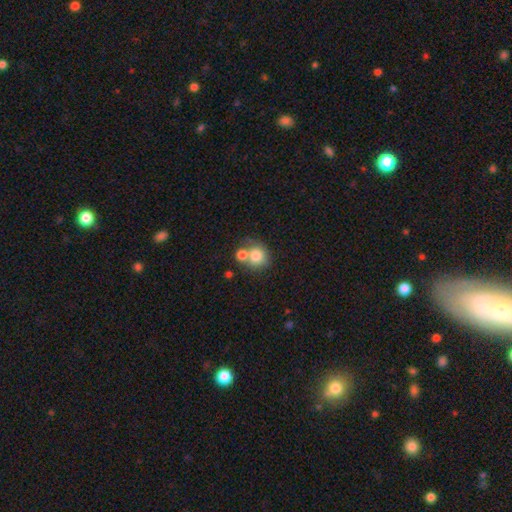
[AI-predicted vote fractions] smooth_or_featured: smooth (p=0.78) [alt: featured or disk p=0.13]
how_rounded: round (p=0.80) [alt: in between p=0.19]
merging: merger (p=0.47) [alt: none p=0.38]